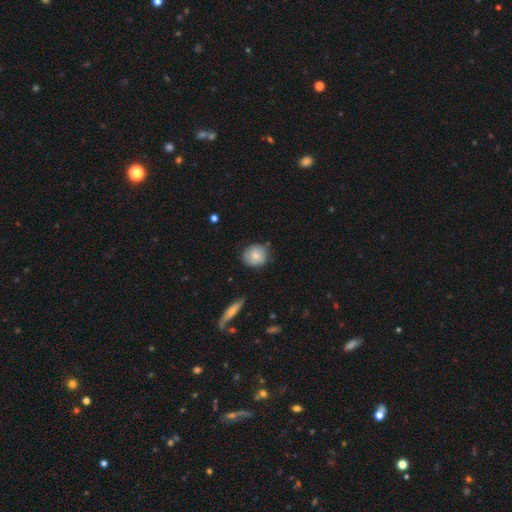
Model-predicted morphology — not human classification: smooth 71%, featured or disk 22%, star or artifact 7%. Down the decision tree: how rounded — round (79%); merging — none (70%).